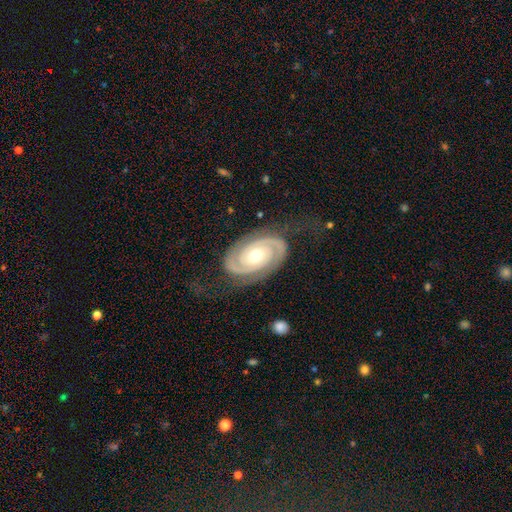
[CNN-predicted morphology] This appears to be a featured or disk galaxy (93%) with no bar (71%), 2 (93%) tight (75%) spiral arms (98%) and a moderate central bulge (64%). Merging: none (79%).